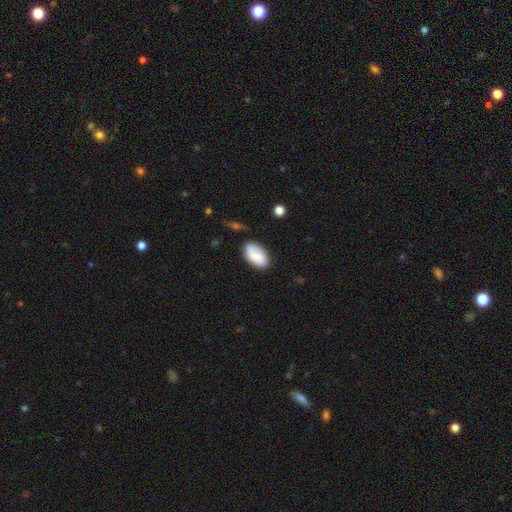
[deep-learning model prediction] Smooth or featured?
  - smooth: 74% *
  - featured or disk: 18%
  - star or artifact: 7%
How rounded?
  - in between: 93% *
  - round: 5%
  - cigar-shaped: 2%
Merging?
  - none: 71% *
  - minor disturbance: 20%
  - major disturbance: 5%
  - merger: 4%